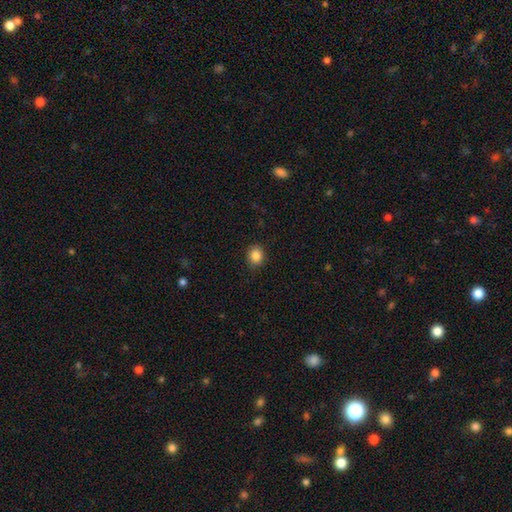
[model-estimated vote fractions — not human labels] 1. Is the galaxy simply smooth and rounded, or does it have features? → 86% smooth, 10% star or artifact, 5% featured or disk.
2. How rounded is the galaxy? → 65% round, 34% in between, 1% cigar-shaped.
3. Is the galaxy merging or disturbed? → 87% none, 10% minor disturbance, 2% major disturbance, 1% merger.